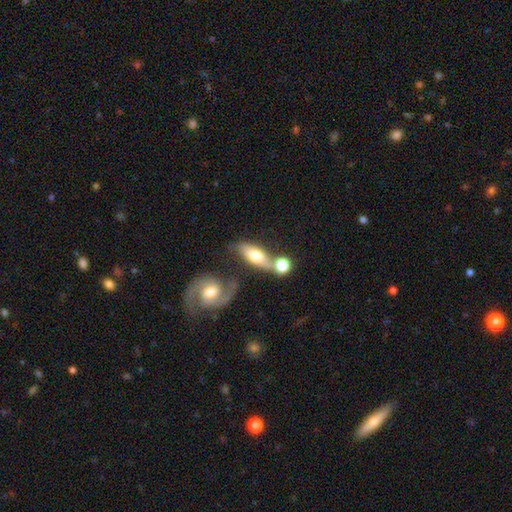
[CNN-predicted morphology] This is possibly a smooth galaxy (52%). How rounded: likely in between (72%). Merging: marginally merger (42%).